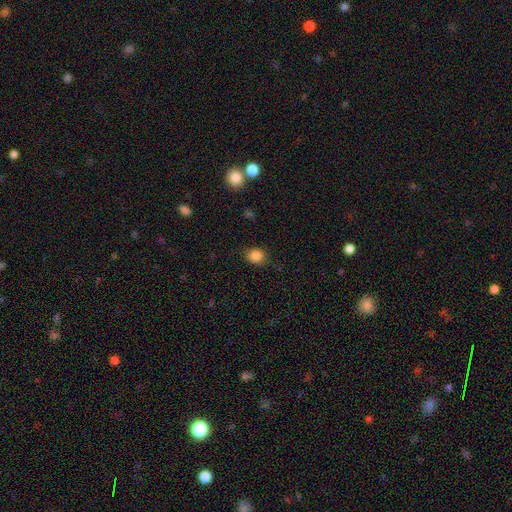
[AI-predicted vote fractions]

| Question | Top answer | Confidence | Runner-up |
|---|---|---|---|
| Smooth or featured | smooth | 85% | star or artifact (10%) |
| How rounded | round | 56% | in between (43%) |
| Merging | none | 82% | minor disturbance (14%) |